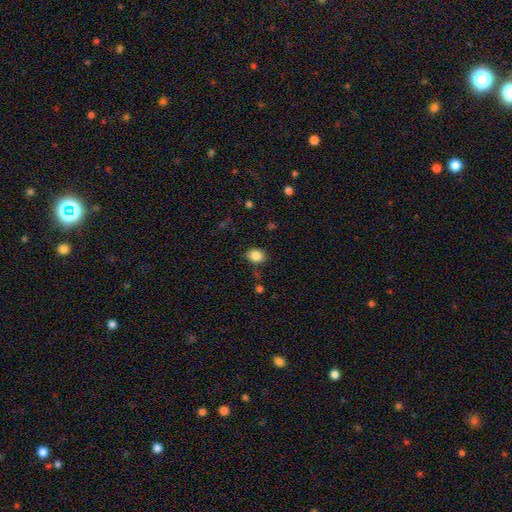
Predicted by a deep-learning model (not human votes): Smooth or featured? smooth (85%)
How rounded? in between (60%)
Merging? none (81%)